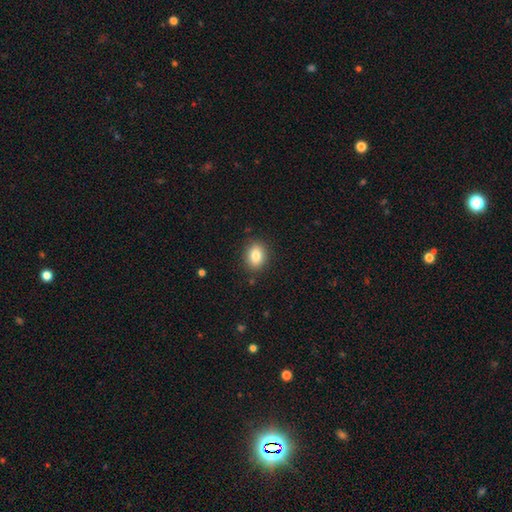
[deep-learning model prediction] smooth_or_featured: smooth (p=0.83) [alt: star or artifact p=0.09]
how_rounded: in between (p=0.61) [alt: round p=0.38]
merging: none (p=0.87) [alt: minor disturbance p=0.09]